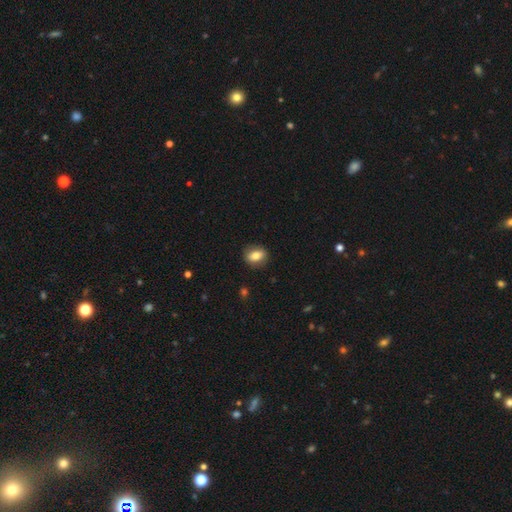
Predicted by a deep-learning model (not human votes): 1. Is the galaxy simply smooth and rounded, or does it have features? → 74% smooth, 18% featured or disk, 8% star or artifact.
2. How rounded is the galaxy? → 61% in between, 37% round, 2% cigar-shaped.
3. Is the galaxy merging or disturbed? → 86% none, 10% minor disturbance, 3% major disturbance, 1% merger.